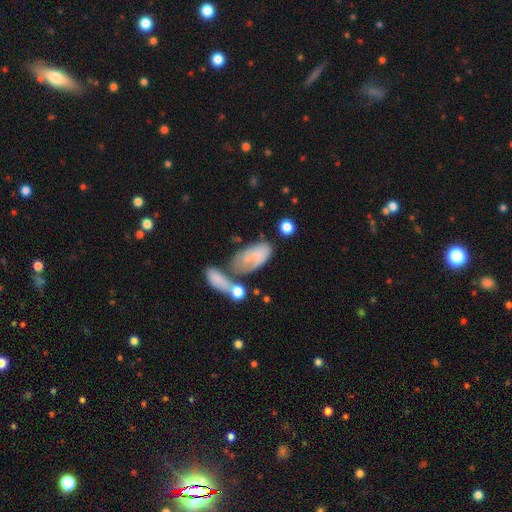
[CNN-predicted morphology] A smooth galaxy with no disk features (61%) that is in between round and cigar-shaped (89%). Merging: none (31%).